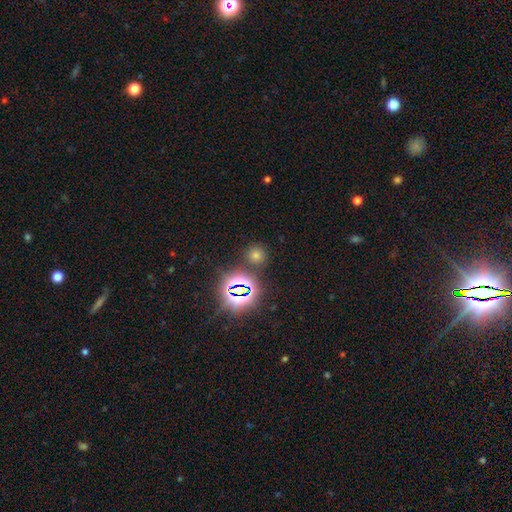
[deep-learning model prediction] A smooth galaxy with no disk features (52%) that is round (90%). Merging: none (85%).